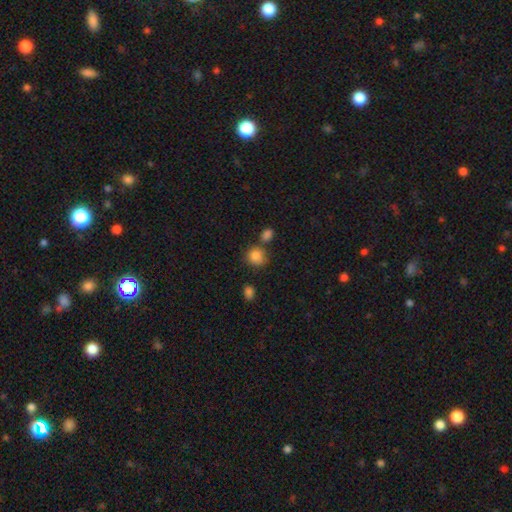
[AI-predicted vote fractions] A smooth galaxy with no disk features (84%) that is round (79%).

Vote fractions:
- Smooth or featured? smooth: 84% / star or artifact: 10% / featured or disk: 6%
- How rounded? round: 79% / in between: 20% / cigar-shaped: 1%
- Merging? none: 64% / merger: 16% / minor disturbance: 15% / major disturbance: 5%